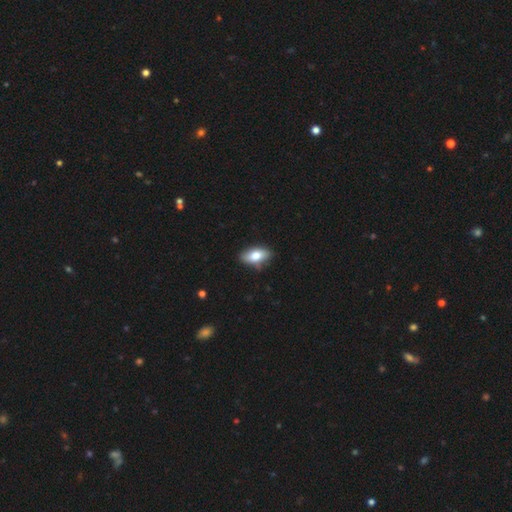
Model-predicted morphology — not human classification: Smooth or featured? Predicted: smooth (p=0.75). How rounded? Predicted: in between (p=0.89). Merging? Predicted: none (p=0.81).